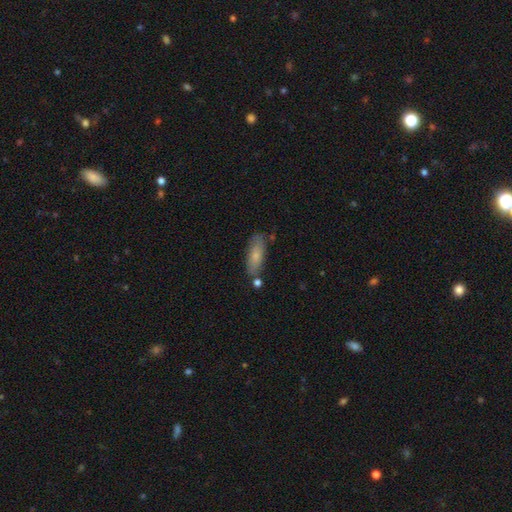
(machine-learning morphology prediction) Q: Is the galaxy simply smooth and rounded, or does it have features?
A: smooth — 74%.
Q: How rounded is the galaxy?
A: in between — 60%.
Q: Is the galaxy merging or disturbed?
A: none — 71%.